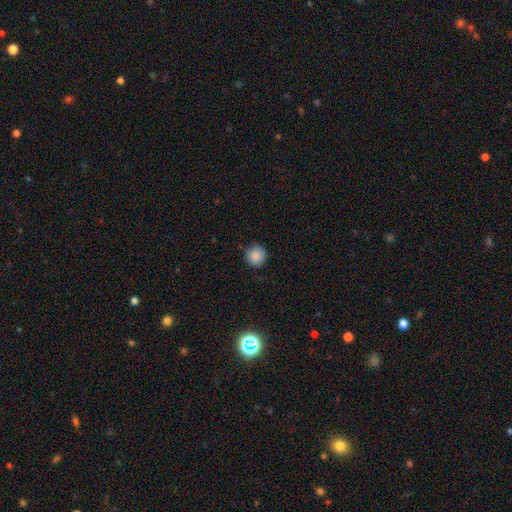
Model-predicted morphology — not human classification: type=smooth (87%); roundness=round (94%); merging=none (88%).